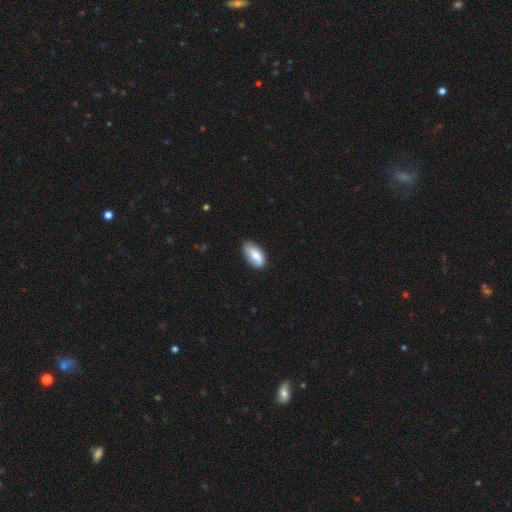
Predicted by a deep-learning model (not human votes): smooth_or_featured: smooth (p=0.74) [alt: featured or disk p=0.20]
how_rounded: in between (p=0.94) [alt: cigar-shaped p=0.03]
merging: none (p=0.69) [alt: minor disturbance p=0.25]